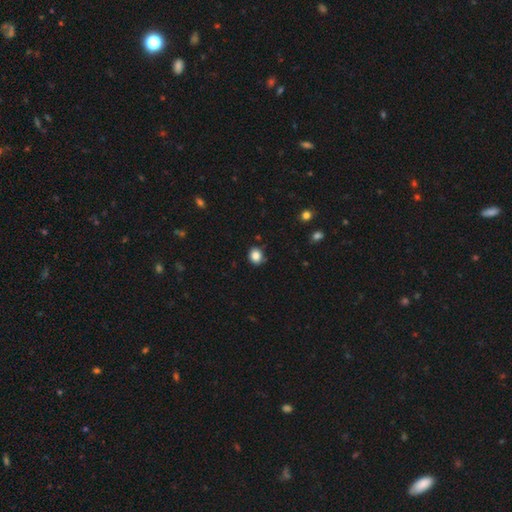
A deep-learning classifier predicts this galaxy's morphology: Q: Smooth or featured?
A: smooth (85%); runner-up: star or artifact (10%)
Q: How rounded?
A: round (68%); runner-up: in between (31%)
Q: Merging?
A: none (84%); runner-up: minor disturbance (12%)